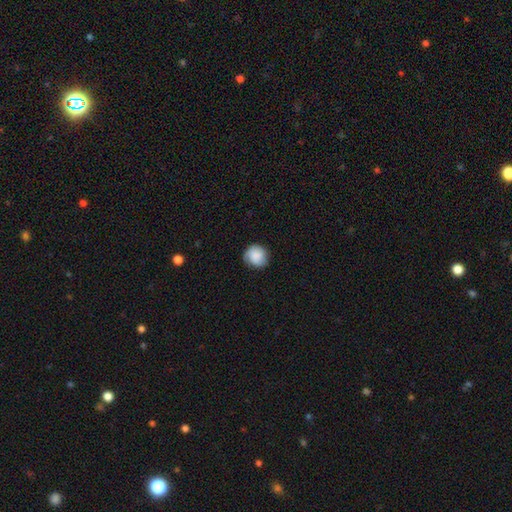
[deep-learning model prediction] Q: Smooth or featured?
A: smooth (79%); runner-up: featured or disk (13%)
Q: How rounded?
A: round (85%); runner-up: in between (14%)
Q: Merging?
A: none (73%); runner-up: minor disturbance (21%)